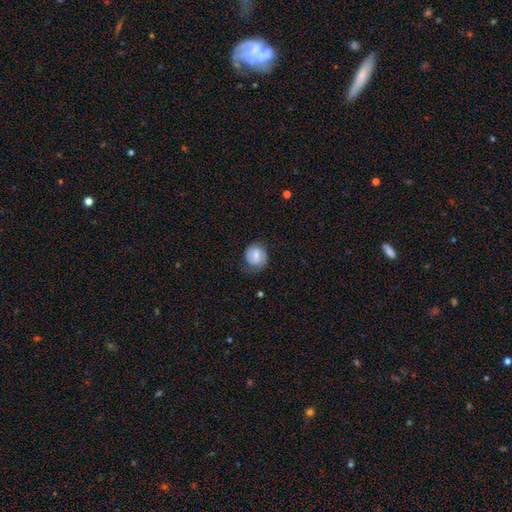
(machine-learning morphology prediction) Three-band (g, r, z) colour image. It shows a smooth galaxy with no disk features (50%) that is round (80%). Merging: none (69%).